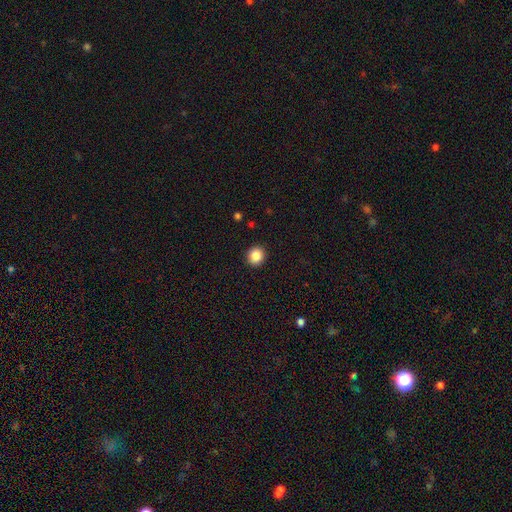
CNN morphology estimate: Smooth or featured? smooth (87%)
How rounded? round (89%)
Merging? none (92%)